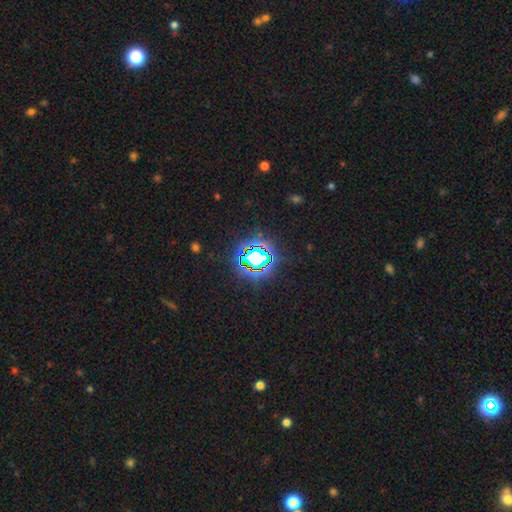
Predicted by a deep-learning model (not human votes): smooth_or_featured: star or artifact (p=0.74) [alt: smooth p=0.16]